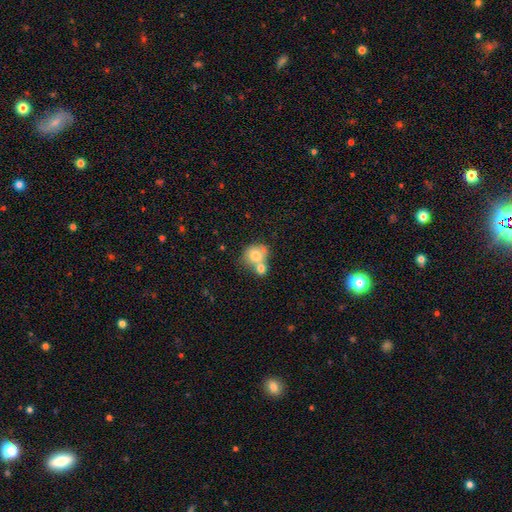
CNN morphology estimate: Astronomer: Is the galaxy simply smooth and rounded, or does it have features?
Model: smooth — 73%.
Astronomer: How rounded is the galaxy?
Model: round — 70%.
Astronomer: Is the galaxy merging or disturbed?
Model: merger — 58%.